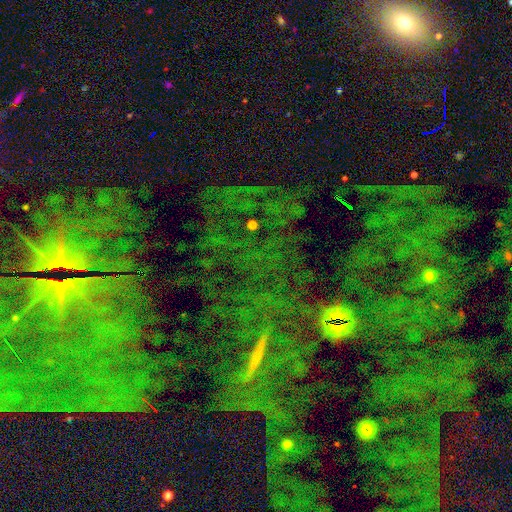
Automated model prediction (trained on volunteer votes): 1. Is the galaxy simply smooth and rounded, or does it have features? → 79% star or artifact, 11% featured or disk, 10% smooth.